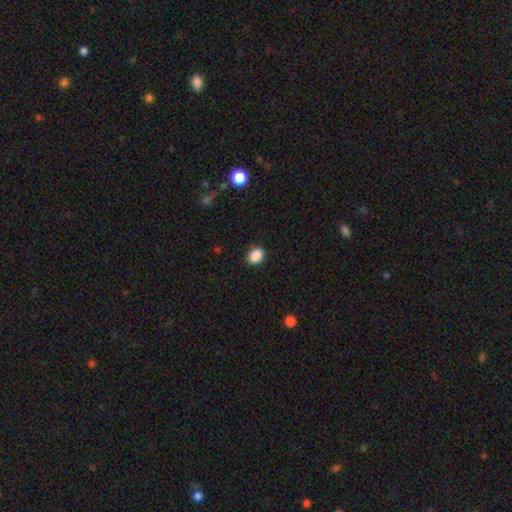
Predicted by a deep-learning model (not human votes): This is clearly a smooth galaxy (89%). How rounded: possibly round (59%). Merging: clearly none (86%).